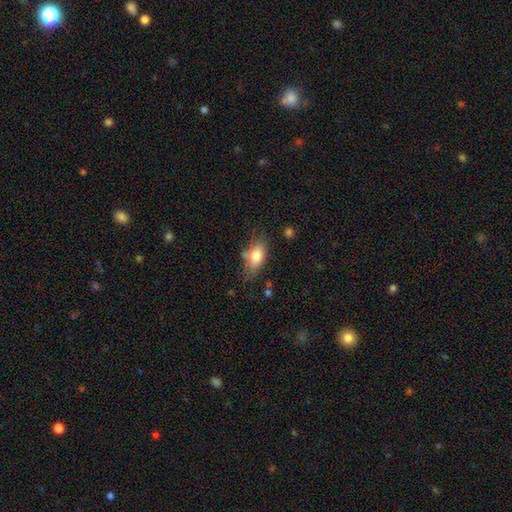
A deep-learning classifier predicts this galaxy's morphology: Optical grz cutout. It shows a smooth galaxy with no disk features (75%) that is in between round and cigar-shaped (86%). Merging: none (58%).